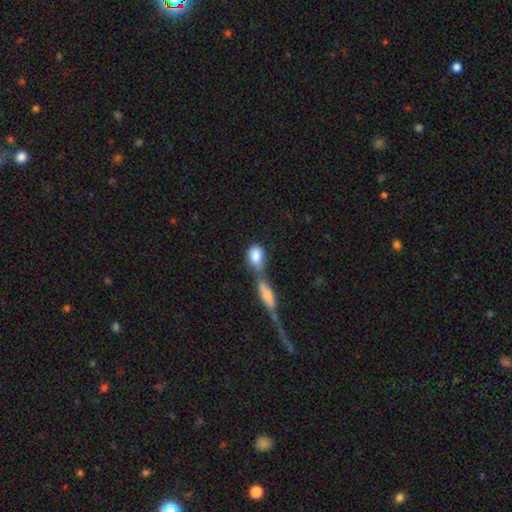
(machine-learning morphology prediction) This appears to be a smooth galaxy with no disk features (82%) that is in between round and cigar-shaped (66%). Merging: merger (59%).